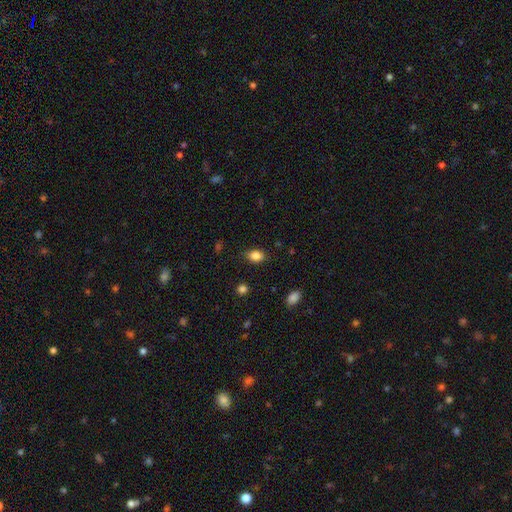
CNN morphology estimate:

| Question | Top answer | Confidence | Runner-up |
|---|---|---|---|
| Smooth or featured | smooth | 84% | star or artifact (10%) |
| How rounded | in between | 72% | round (27%) |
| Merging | none | 78% | minor disturbance (17%) |